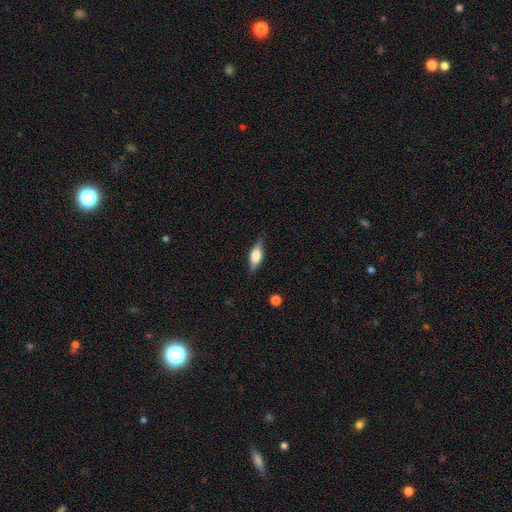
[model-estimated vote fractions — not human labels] Smooth or featured? smooth (47%)
Merging? none (80%)